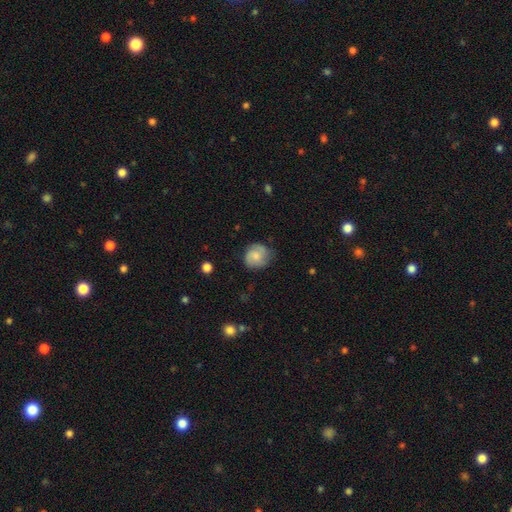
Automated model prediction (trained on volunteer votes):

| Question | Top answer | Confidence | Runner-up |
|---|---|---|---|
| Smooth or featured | smooth | 58% | featured or disk (35%) |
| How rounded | round | 76% | in between (23%) |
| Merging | none | 66% | minor disturbance (25%) |